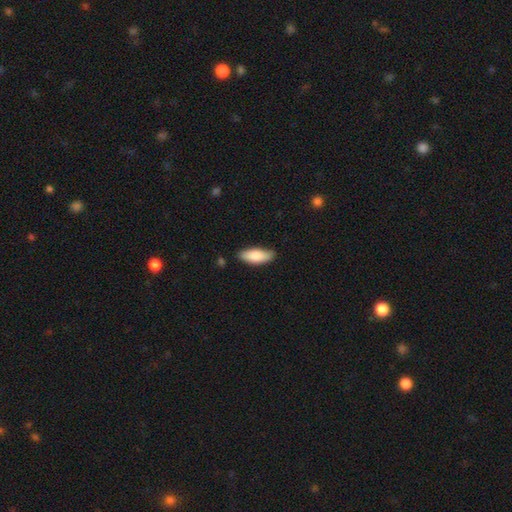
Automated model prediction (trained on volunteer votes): Smooth or featured: smooth — 83% (featured or disk — 11%)
How rounded: in between — 74% (cigar-shaped — 24%)
Merging: none — 80% (minor disturbance — 16%)